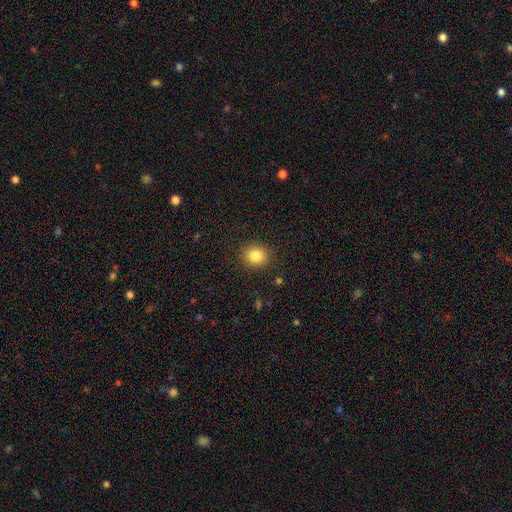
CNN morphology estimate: smooth-or-featured: smooth: 83% | star or artifact: 11% | featured or disk: 6%
  how-rounded: round: 77% | in between: 22% | cigar-shaped: 1%
  merging: none: 90% | minor disturbance: 7% | major disturbance: 2% | merger: 1%